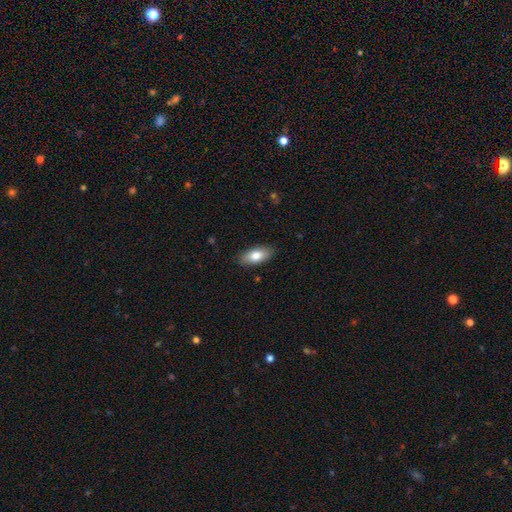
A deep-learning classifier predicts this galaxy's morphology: Q: Smooth or featured?
A: smooth (80%); runner-up: featured or disk (14%)
Q: How rounded?
A: in between (88%); runner-up: cigar-shaped (10%)
Q: Merging?
A: none (87%); runner-up: minor disturbance (10%)